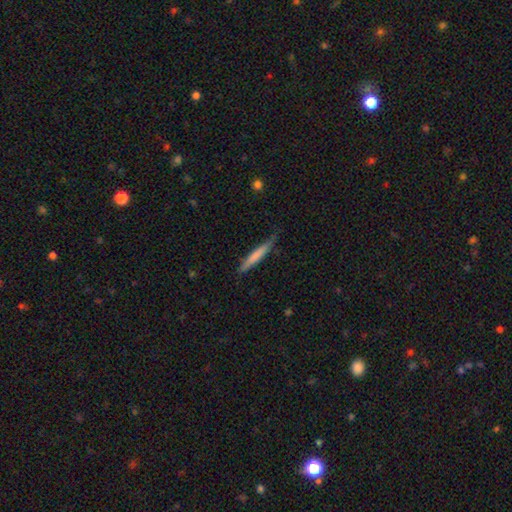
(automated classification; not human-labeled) A smooth galaxy with no disk features (68%) that is cigar-shaped (95%). Merging: none (77%).